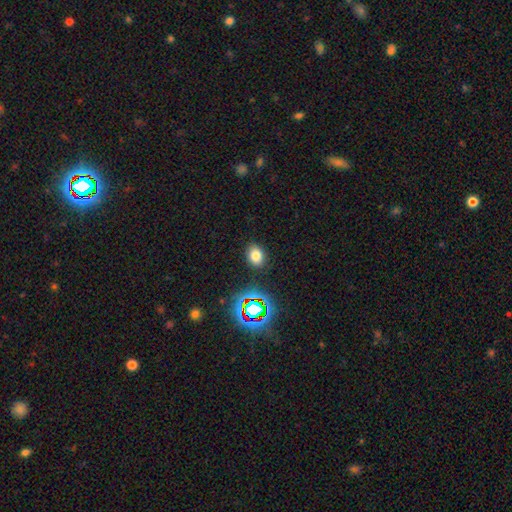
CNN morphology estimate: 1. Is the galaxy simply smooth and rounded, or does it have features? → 74% smooth, 19% star or artifact, 8% featured or disk.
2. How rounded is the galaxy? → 64% in between, 35% round, 1% cigar-shaped.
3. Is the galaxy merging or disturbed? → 87% none, 9% minor disturbance, 3% major disturbance, 2% merger.